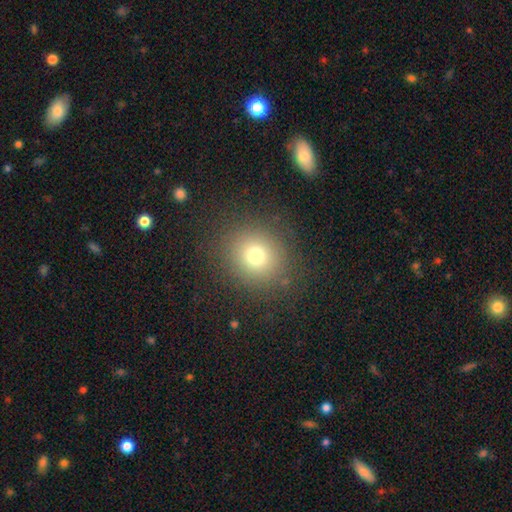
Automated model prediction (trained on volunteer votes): Smooth or featured?
  - smooth: 73% *
  - star or artifact: 16%
  - featured or disk: 11%
How rounded?
  - round: 85% *
  - in between: 14%
  - cigar-shaped: 1%
Merging?
  - none: 86% *
  - minor disturbance: 8%
  - major disturbance: 4%
  - merger: 1%